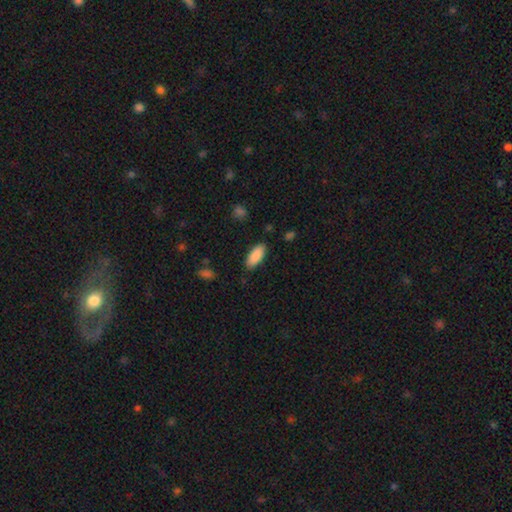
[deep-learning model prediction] Q: Smooth or featured?
A: smooth (89%); runner-up: star or artifact (6%)
Q: How rounded?
A: in between (84%); runner-up: cigar-shaped (14%)
Q: Merging?
A: none (87%); runner-up: minor disturbance (10%)